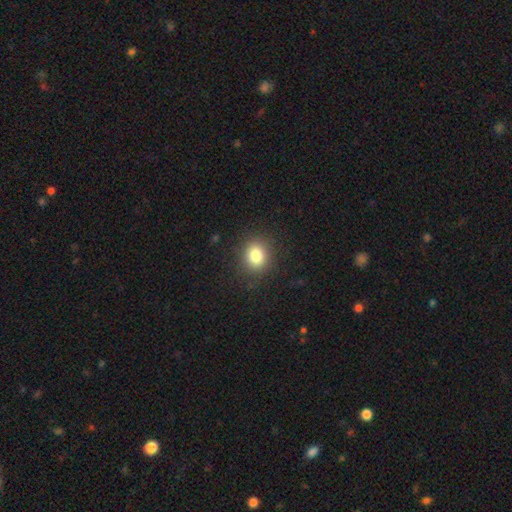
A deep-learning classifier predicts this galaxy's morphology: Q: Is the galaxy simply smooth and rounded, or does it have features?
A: smooth — 82%.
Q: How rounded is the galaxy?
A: round — 71%.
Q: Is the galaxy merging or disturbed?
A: none — 88%.